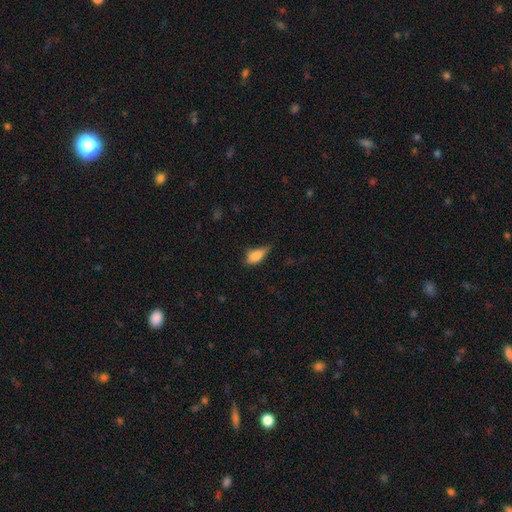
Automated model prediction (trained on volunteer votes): Smooth or featured?
  - smooth: 79% *
  - featured or disk: 12%
  - star or artifact: 9%
How rounded?
  - in between: 84% *
  - cigar-shaped: 10%
  - round: 6%
Merging?
  - minor disturbance: 43% *
  - none: 36%
  - major disturbance: 18%
  - merger: 3%